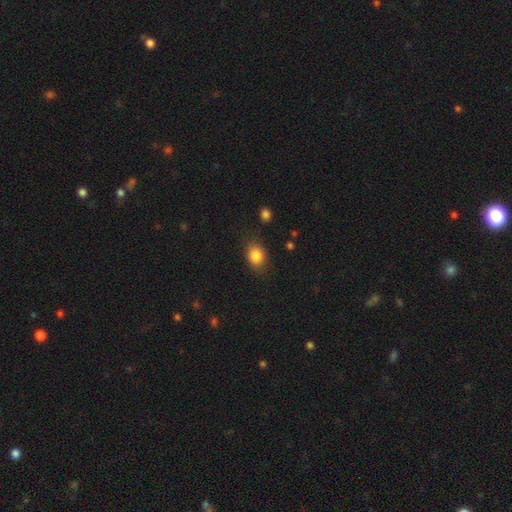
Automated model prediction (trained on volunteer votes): Q: Smooth or featured?
A: smooth (85%); runner-up: star or artifact (9%)
Q: How rounded?
A: in between (58%); runner-up: round (40%)
Q: Merging?
A: none (79%); runner-up: minor disturbance (15%)